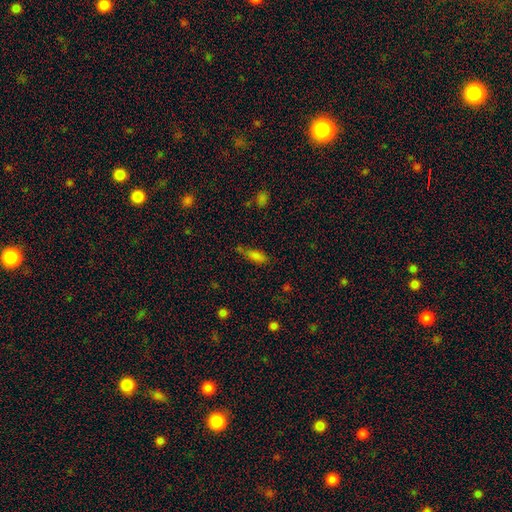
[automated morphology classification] smooth_or_featured: smooth (p=0.76) [alt: star or artifact p=0.15]
how_rounded: in between (p=0.64) [alt: cigar-shaped p=0.33]
merging: none (p=0.54) [alt: minor disturbance p=0.27]